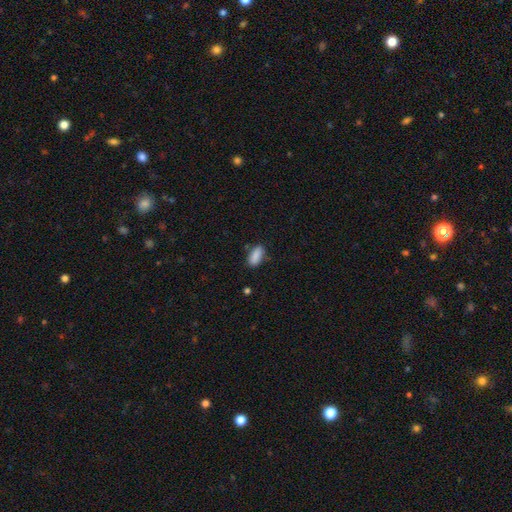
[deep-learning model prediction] Q: Smooth or featured?
A: smooth (89%); runner-up: star or artifact (7%)
Q: How rounded?
A: in between (87%); runner-up: cigar-shaped (10%)
Q: Merging?
A: none (81%); runner-up: minor disturbance (14%)